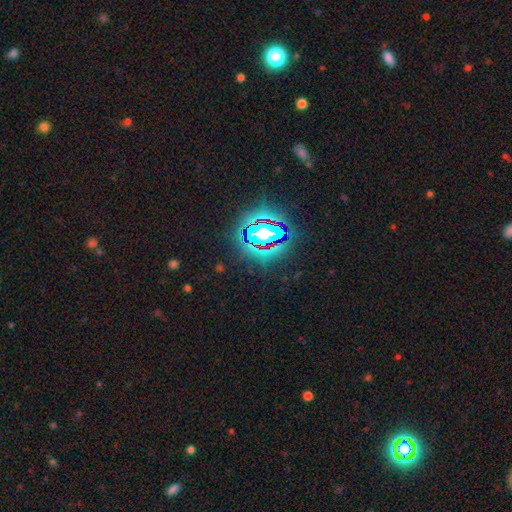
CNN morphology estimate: Q: Smooth or featured?
A: star or artifact (84%); runner-up: smooth (10%)